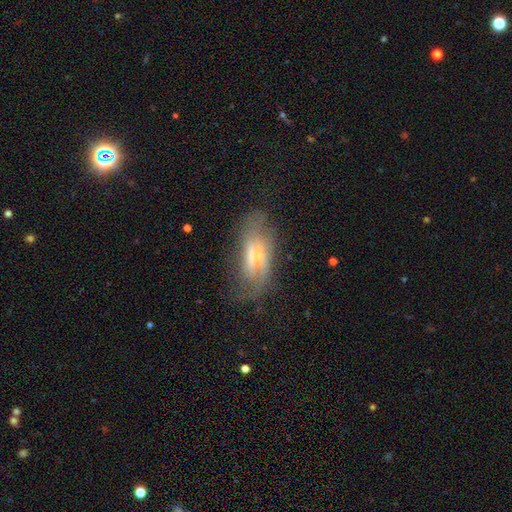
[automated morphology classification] Overall: featured or disk (55%; smooth 35%). Edge-on disk: no (69%; yes 31%). Merging: none (48%; minor disturbance 26%).